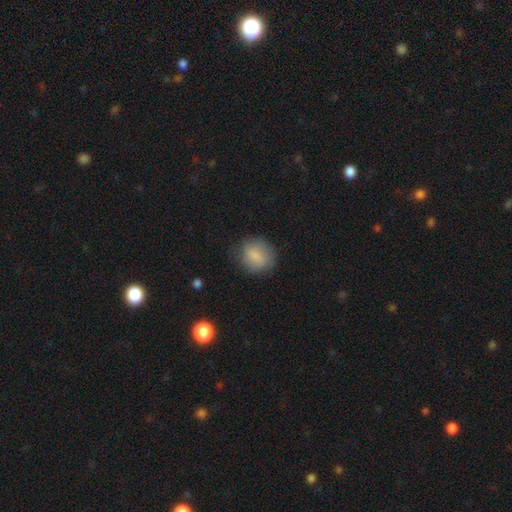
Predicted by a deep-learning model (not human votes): Morphology: type=smooth (83%); roundness=round (71%); merging=none (77%).